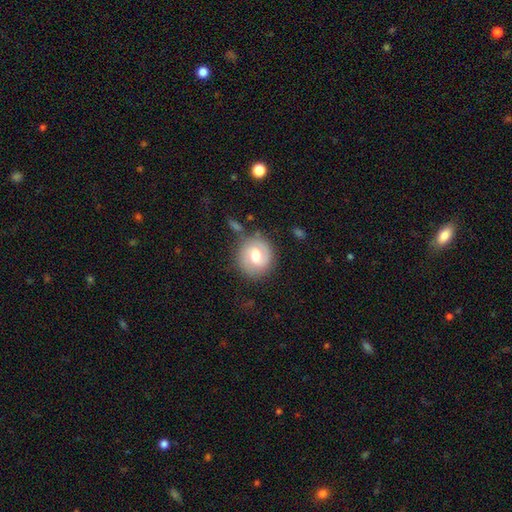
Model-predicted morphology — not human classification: A smooth galaxy with no disk features (49%). Merging: none (76%).